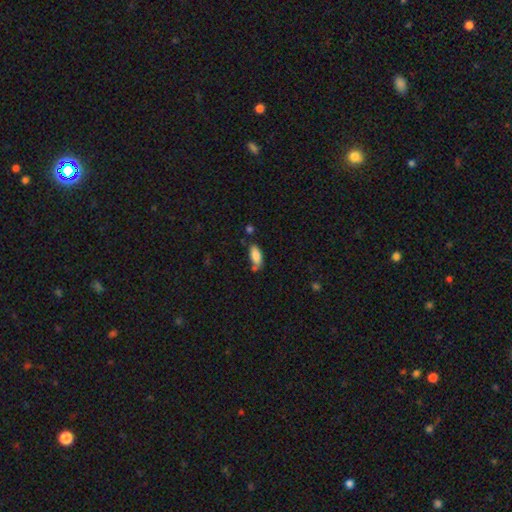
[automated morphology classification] The model was most divided on "merging": none: 57%, minor disturbance: 24%, merger: 13%, major disturbance: 6%. More confident: how rounded — in between (88%); smooth or featured — smooth (86%).